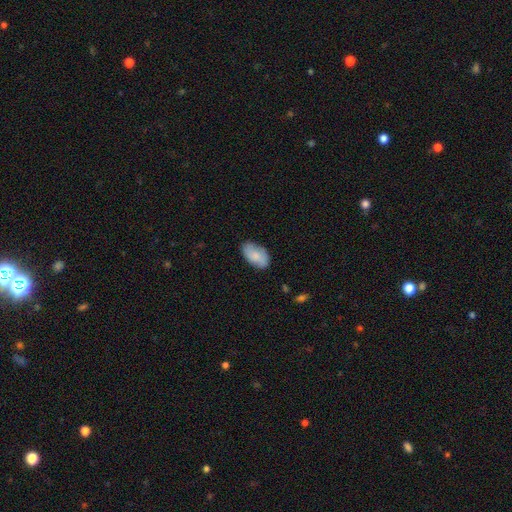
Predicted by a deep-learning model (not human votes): smooth_or_featured: smooth (p=0.81) [alt: featured or disk p=0.12]
how_rounded: in between (p=0.95) [alt: round p=0.04]
merging: none (p=0.79) [alt: minor disturbance p=0.16]